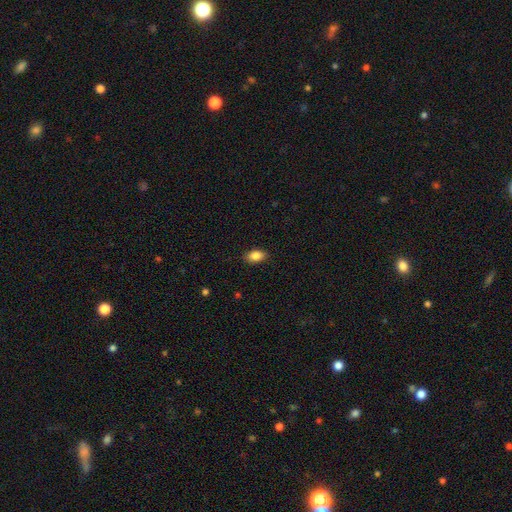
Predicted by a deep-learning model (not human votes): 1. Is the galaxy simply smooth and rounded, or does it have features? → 85% smooth, 8% star or artifact, 7% featured or disk.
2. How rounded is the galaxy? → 88% in between, 8% round, 3% cigar-shaped.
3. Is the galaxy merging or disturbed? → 87% none, 10% minor disturbance, 2% major disturbance, 1% merger.